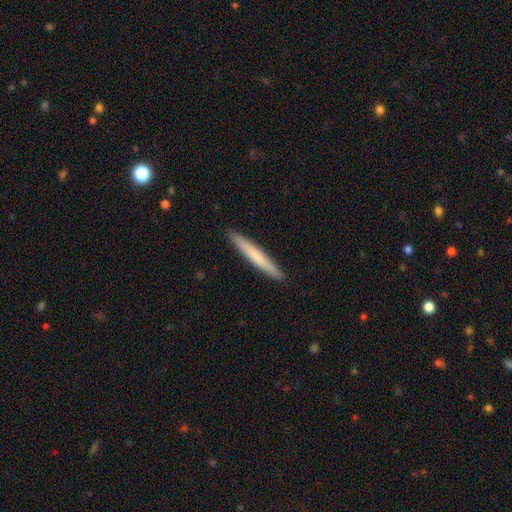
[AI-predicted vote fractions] Smooth or featured?
  - smooth: 66% *
  - featured or disk: 28%
  - star or artifact: 5%
How rounded?
  - cigar-shaped: 96% *
  - in between: 3%
  - round: 1%
Merging?
  - none: 92% *
  - minor disturbance: 6%
  - major disturbance: 1%
  - merger: 1%